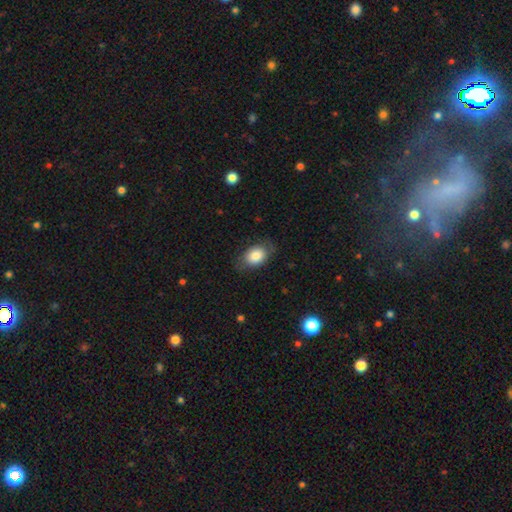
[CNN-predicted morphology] Overall: smooth (80%). How rounded: in between (77%). Merging: none (75%).